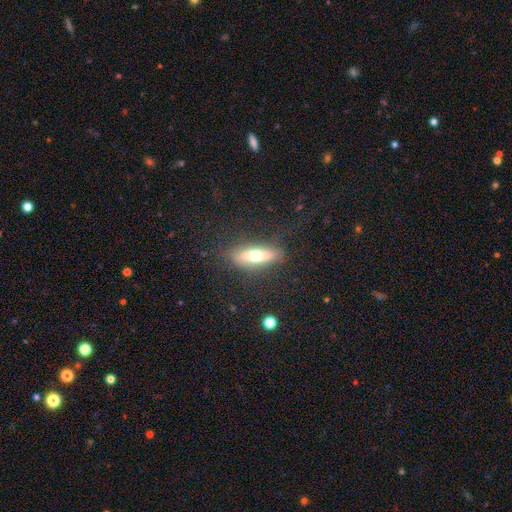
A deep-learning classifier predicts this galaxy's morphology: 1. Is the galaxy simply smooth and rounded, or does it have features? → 58% smooth, 35% featured or disk, 7% star or artifact.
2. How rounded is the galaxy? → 50% in between, 47% cigar-shaped, 3% round.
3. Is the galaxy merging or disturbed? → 81% none, 13% minor disturbance, 5% major disturbance, 1% merger.